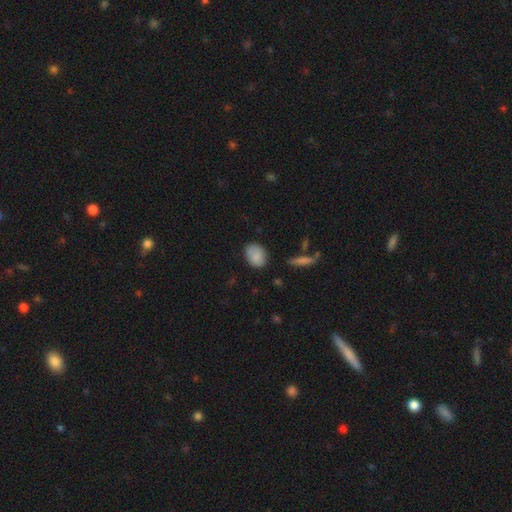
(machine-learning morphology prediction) This is clearly a smooth galaxy (86%). How rounded: likely in between (74%). Merging: likely none (80%).